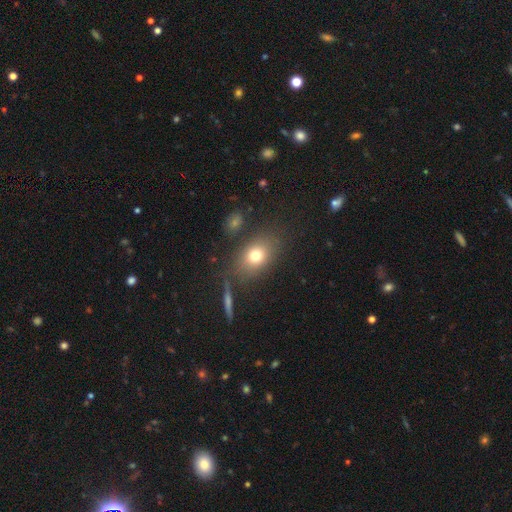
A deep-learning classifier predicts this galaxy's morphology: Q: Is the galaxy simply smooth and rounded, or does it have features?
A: smooth — 72%.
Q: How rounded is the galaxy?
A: in between — 65%.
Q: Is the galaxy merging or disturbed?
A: none — 77%.